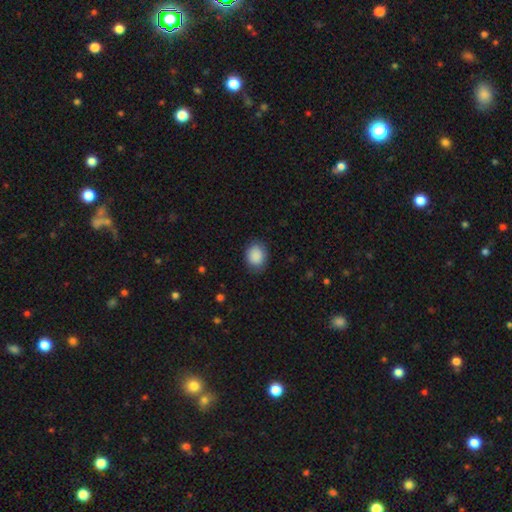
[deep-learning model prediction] Overall: smooth (89%). How rounded: round (56%; in between 43%). Merging: none (82%).